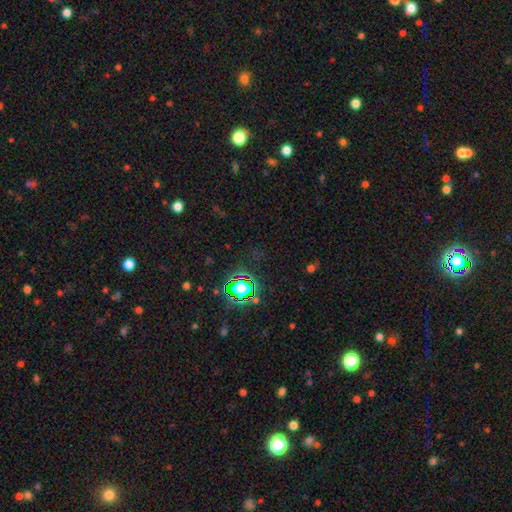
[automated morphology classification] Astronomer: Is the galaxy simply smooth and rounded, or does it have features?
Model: star or artifact — 76%.